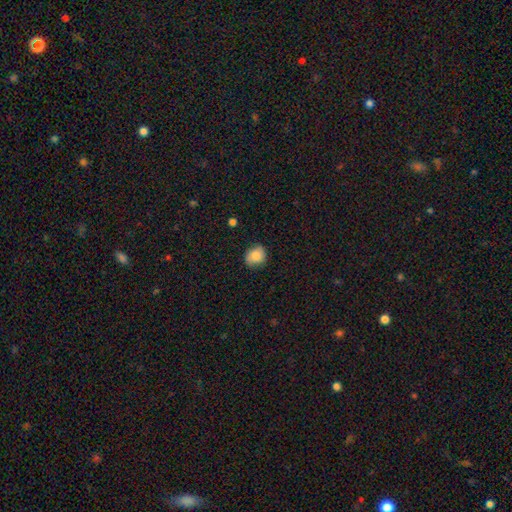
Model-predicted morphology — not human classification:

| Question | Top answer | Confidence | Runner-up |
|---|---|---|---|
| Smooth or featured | smooth | 81% | featured or disk (10%) |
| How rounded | round | 72% | in between (27%) |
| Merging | none | 78% | minor disturbance (17%) |